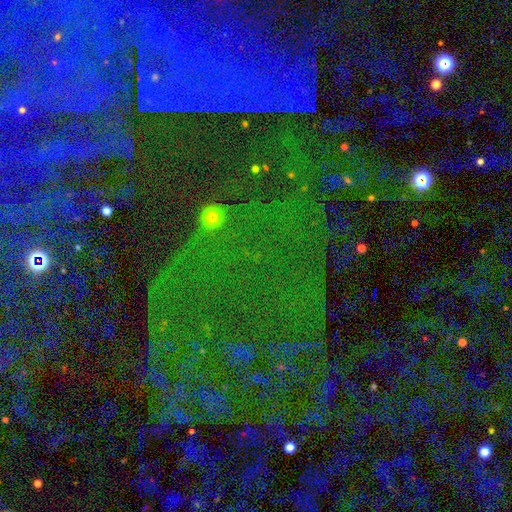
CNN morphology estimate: Overall: star or artifact (80%).